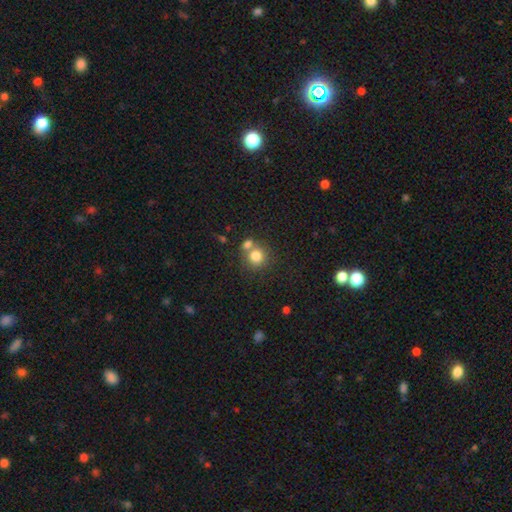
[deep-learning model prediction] Smooth or featured?
  - smooth: 80% *
  - star or artifact: 11%
  - featured or disk: 9%
How rounded?
  - round: 88% *
  - in between: 11%
  - cigar-shaped: 1%
Merging?
  - none: 53% *
  - merger: 36%
  - minor disturbance: 8%
  - major disturbance: 3%